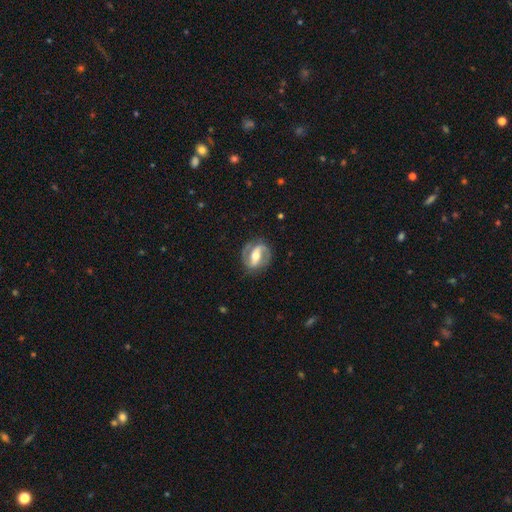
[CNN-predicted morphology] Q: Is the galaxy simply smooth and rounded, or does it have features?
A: featured or disk — 83%.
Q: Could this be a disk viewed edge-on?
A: no — 95%.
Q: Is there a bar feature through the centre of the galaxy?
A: strong — 57%.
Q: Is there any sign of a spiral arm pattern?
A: yes — 89%.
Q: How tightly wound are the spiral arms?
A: medium — 47%.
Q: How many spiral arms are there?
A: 2 — 88%.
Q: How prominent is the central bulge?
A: moderate — 68%.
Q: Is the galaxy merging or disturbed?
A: none — 80%.